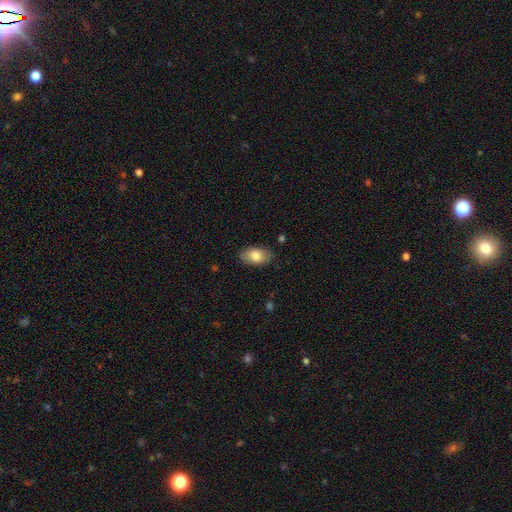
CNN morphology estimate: smooth_or_featured: smooth (p=0.81) [alt: featured or disk p=0.13]
how_rounded: in between (p=0.92) [alt: round p=0.06]
merging: none (p=0.83) [alt: minor disturbance p=0.13]